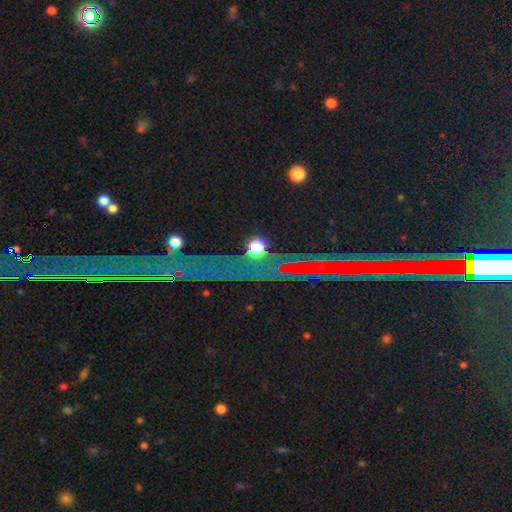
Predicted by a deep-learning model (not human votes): Smooth or featured: star or artifact — 72% (featured or disk — 16%)